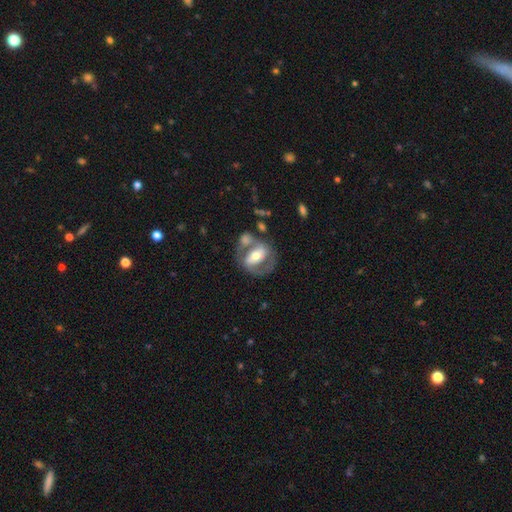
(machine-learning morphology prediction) A featured or disk galaxy (71%) with a strong bar (48%), spiral arms (65%) and a moderate central bulge (66%). Merging: none (51%).